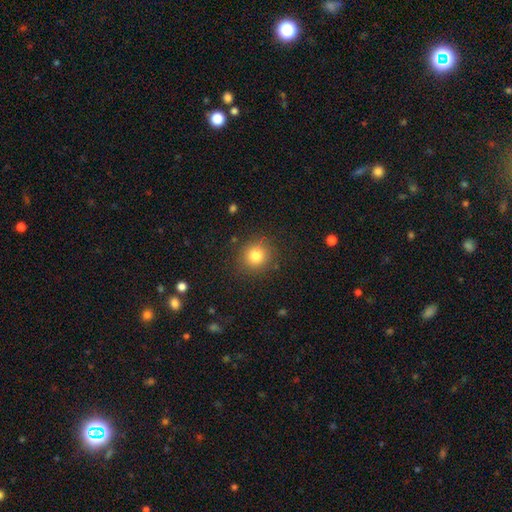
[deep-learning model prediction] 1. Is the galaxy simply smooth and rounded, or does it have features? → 81% smooth, 12% star or artifact, 7% featured or disk.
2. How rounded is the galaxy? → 90% round, 9% in between, 1% cigar-shaped.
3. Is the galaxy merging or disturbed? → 88% none, 8% minor disturbance, 3% major disturbance, 1% merger.